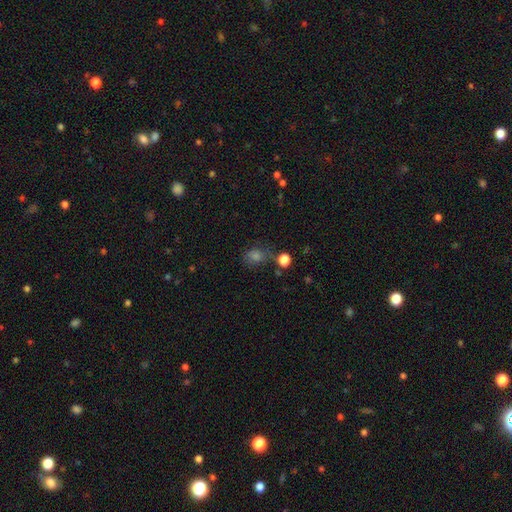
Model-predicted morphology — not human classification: A smooth galaxy with no disk features (60%) that is round (61%).

Vote fractions:
- Smooth or featured? smooth: 60% / star or artifact: 29% / featured or disk: 11%
- How rounded? round: 61% / in between: 38% / cigar-shaped: 2%
- Merging? none: 70% / minor disturbance: 16% / major disturbance: 7% / merger: 7%